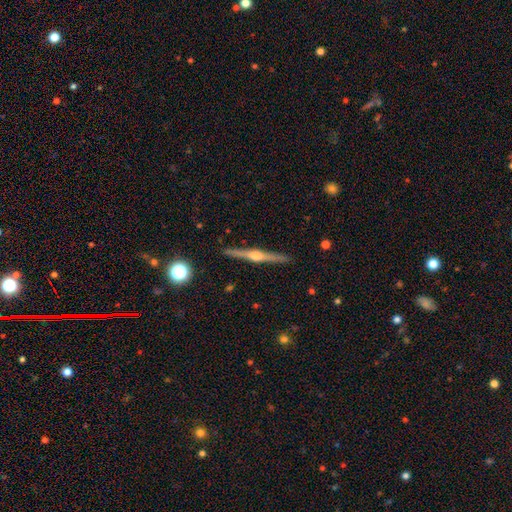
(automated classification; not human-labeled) This appears to be a featured or disk galaxy (84%) viewed edge-on (99%) with a rounded central bulge (93%). Merging: none (93%).